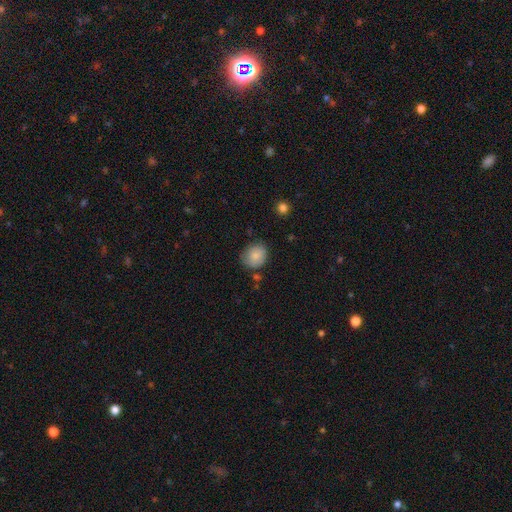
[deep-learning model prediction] Smooth or featured? smooth (83%)
How rounded? round (73%)
Merging? none (72%)